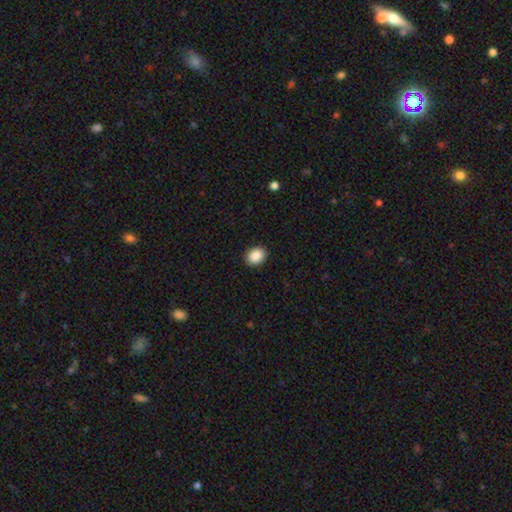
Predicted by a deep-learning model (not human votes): A smooth galaxy with no disk features (89%) that is in between round and cigar-shaped (52%). Merging: none (91%).